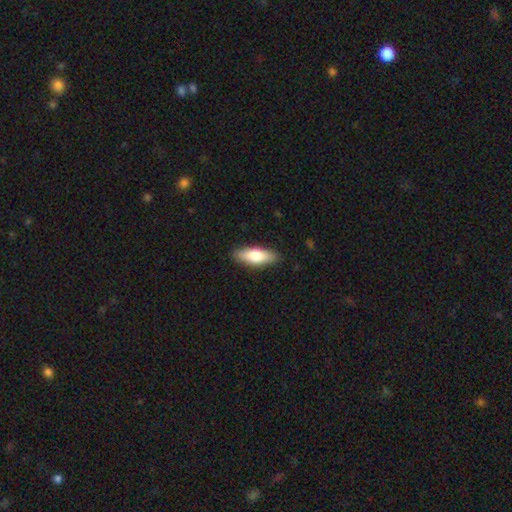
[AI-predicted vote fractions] A smooth galaxy with no disk features (75%) that is in between round and cigar-shaped (64%). Merging: none (88%).